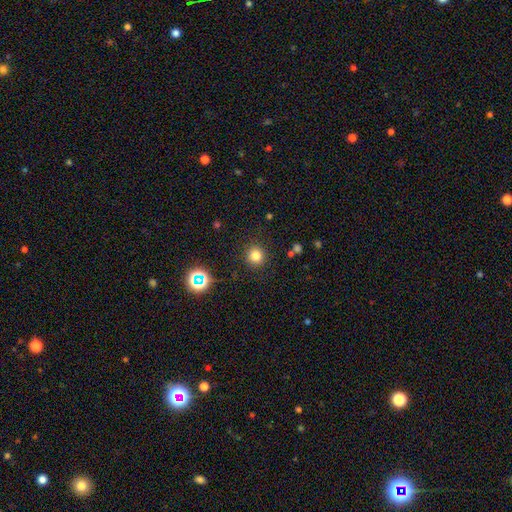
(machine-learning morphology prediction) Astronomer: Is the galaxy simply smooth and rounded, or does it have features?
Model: smooth — 78%.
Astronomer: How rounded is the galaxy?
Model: round — 93%.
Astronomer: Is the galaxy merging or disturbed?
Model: none — 89%.